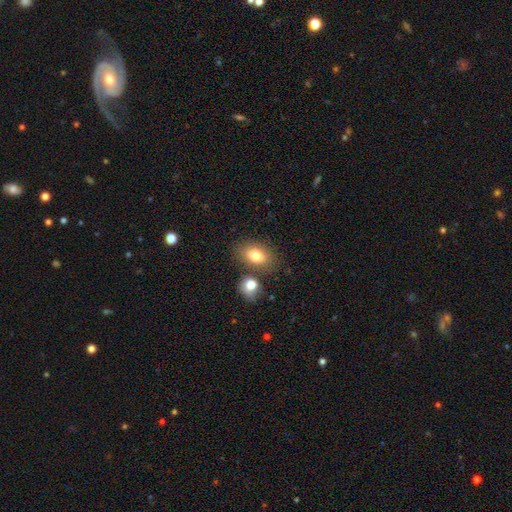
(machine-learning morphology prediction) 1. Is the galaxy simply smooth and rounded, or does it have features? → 77% smooth, 13% featured or disk, 10% star or artifact.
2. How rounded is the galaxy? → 82% in between, 17% round, 1% cigar-shaped.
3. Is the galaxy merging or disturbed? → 68% none, 16% merger, 12% minor disturbance, 4% major disturbance.